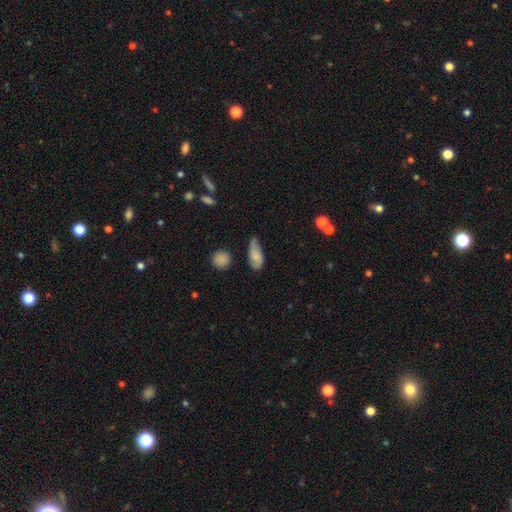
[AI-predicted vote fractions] Smooth or featured?
  - smooth: 63% *
  - featured or disk: 28%
  - star or artifact: 8%
How rounded?
  - in between: 82% *
  - cigar-shaped: 12%
  - round: 6%
Merging?
  - none: 47% *
  - minor disturbance: 38%
  - major disturbance: 10%
  - merger: 5%